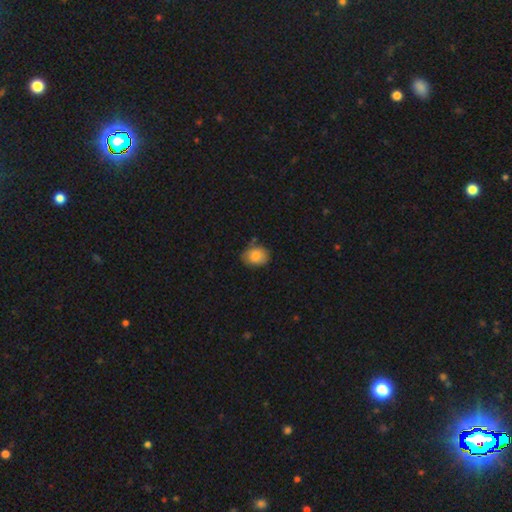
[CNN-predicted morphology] This appears to be a smooth galaxy with no disk features (83%) that is in between round and cigar-shaped (55%). Merging: none (68%).